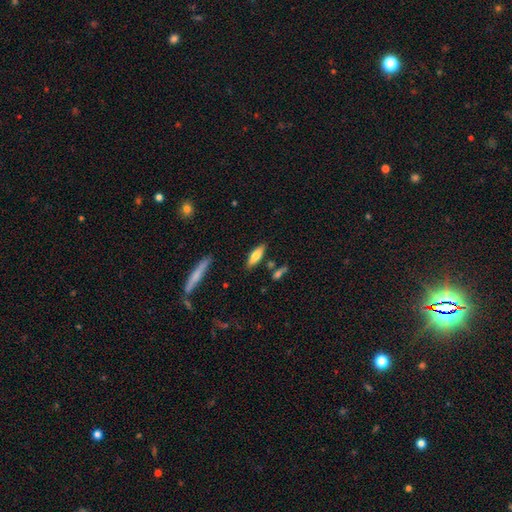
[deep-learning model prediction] Smooth or featured? Predicted: smooth (p=0.73). How rounded? Predicted: in between (p=0.55). Merging? Predicted: none (p=0.82).